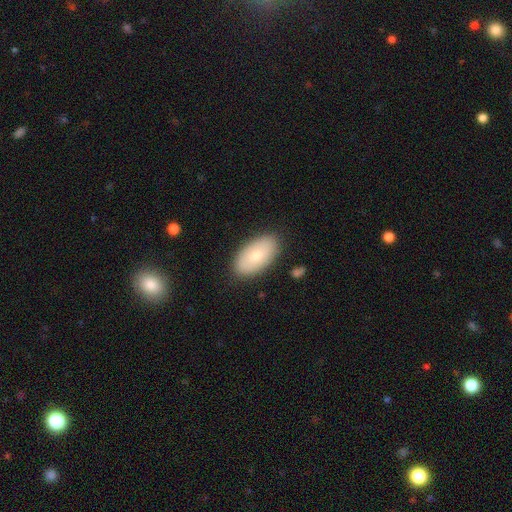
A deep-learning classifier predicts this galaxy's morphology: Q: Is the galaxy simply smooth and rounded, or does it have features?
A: smooth — 73%.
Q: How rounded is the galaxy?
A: in between — 95%.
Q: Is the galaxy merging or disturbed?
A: none — 86%.